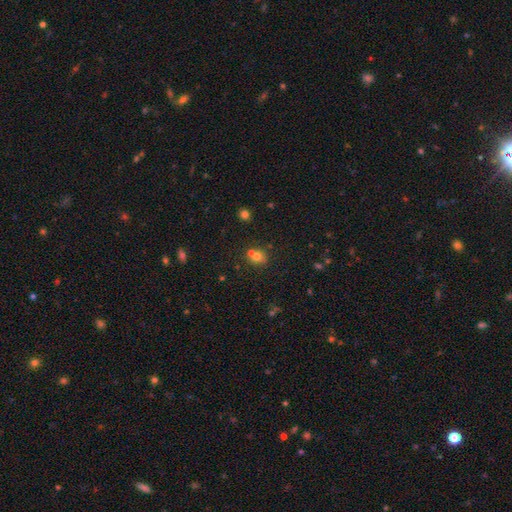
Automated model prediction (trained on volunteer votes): This is likely a smooth galaxy (68%). How rounded: likely round (77%). Merging: possibly none (50%).